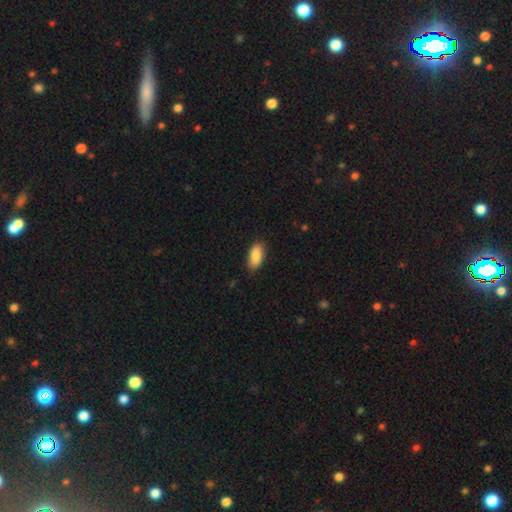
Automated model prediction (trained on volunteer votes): Overall: smooth (89%). How rounded: in between (91%). Merging: none (85%).